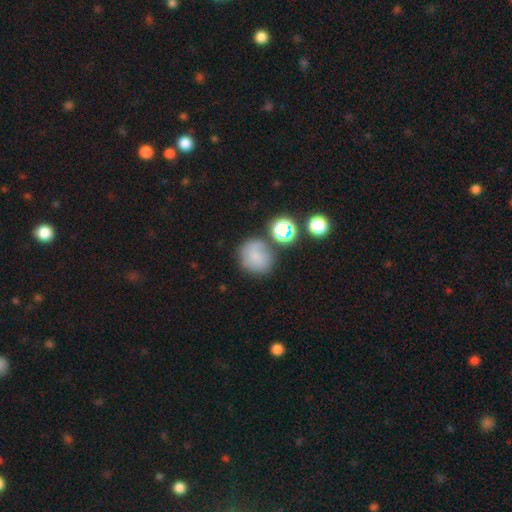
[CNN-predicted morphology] A smooth galaxy with no disk features (70%) that is round (86%).

Vote fractions:
- Smooth or featured? smooth: 70% / featured or disk: 16% / star or artifact: 14%
- How rounded? round: 86% / in between: 13% / cigar-shaped: 1%
- Merging? none: 63% / minor disturbance: 17% / merger: 14% / major disturbance: 7%